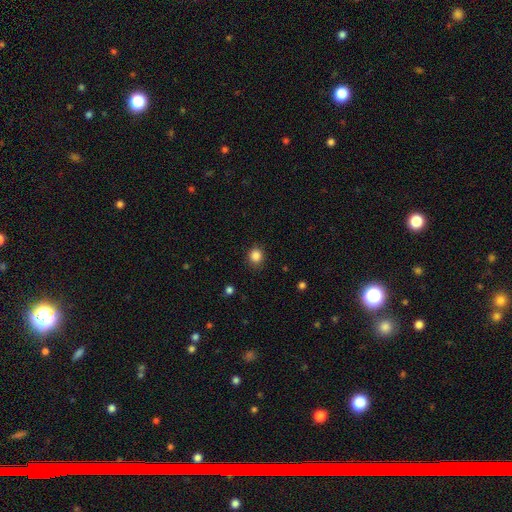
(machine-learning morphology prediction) smooth-or-featured: smooth: 86% | star or artifact: 11% | featured or disk: 3%
  how-rounded: round: 85% | in between: 14% | cigar-shaped: 1%
  merging: none: 86% | minor disturbance: 10% | major disturbance: 3% | merger: 1%